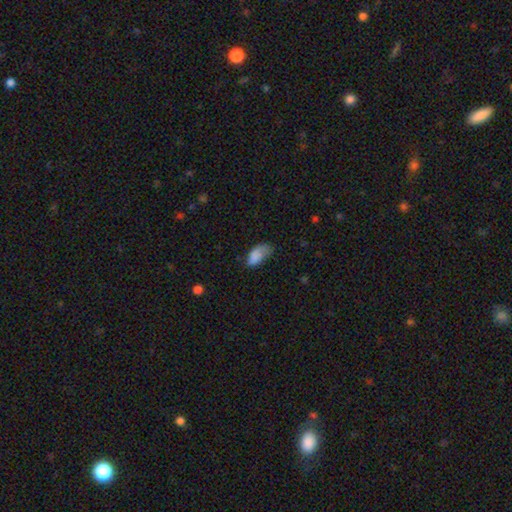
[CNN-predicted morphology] This appears to be a smooth galaxy with no disk features (81%) that is in between round and cigar-shaped (92%). Merging: minor disturbance (40%).